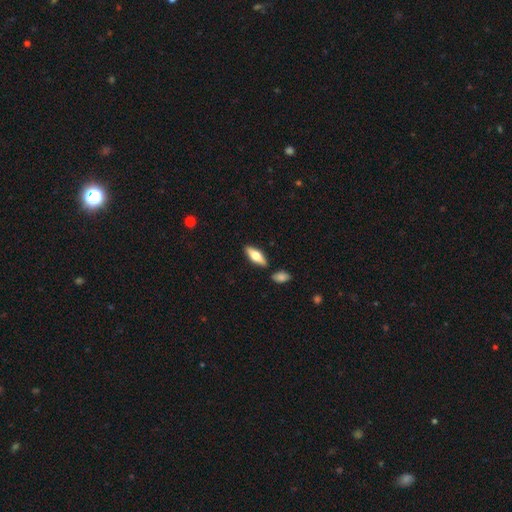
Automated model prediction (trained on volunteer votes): Q: Smooth or featured?
A: smooth (55%); runner-up: featured or disk (40%)
Q: How rounded?
A: in between (60%); runner-up: cigar-shaped (38%)
Q: Merging?
A: none (86%); runner-up: minor disturbance (8%)